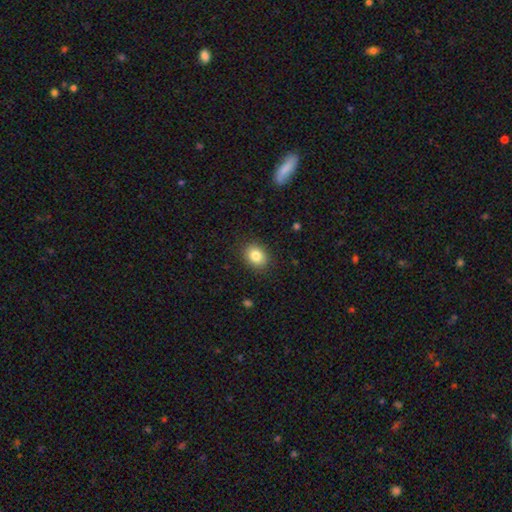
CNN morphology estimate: The model was most divided on "how rounded": in between: 53%, round: 46%, cigar-shaped: 1%. More confident: merging — none (88%); smooth or featured — smooth (84%).